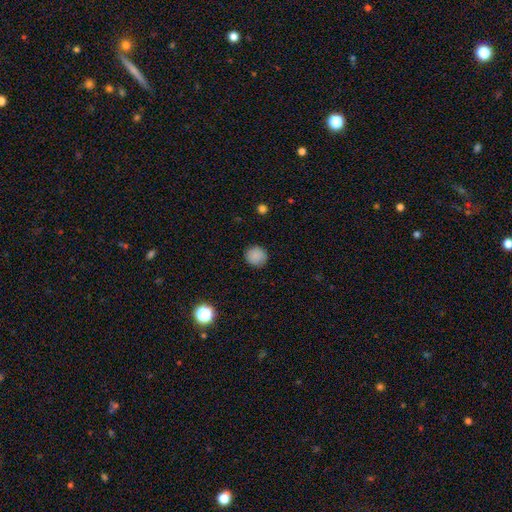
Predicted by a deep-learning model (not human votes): smooth 87%, star or artifact 10%, featured or disk 3%. Down the decision tree: how rounded — round (91%); merging — none (90%).